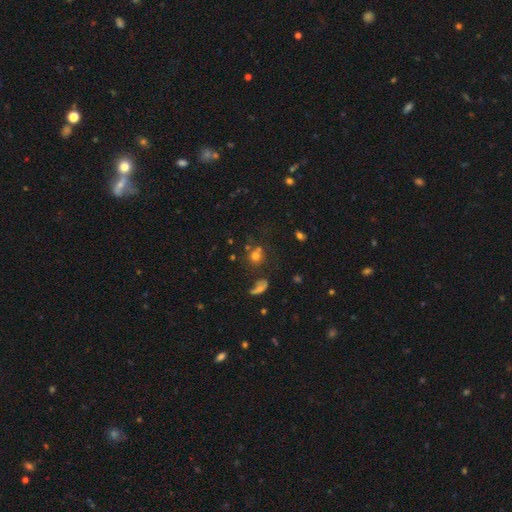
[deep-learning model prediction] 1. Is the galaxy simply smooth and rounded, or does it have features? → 65% smooth, 22% star or artifact, 13% featured or disk.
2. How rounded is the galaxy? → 78% round, 21% in between, 2% cigar-shaped.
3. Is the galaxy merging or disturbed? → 56% none, 22% merger, 14% minor disturbance, 8% major disturbance.